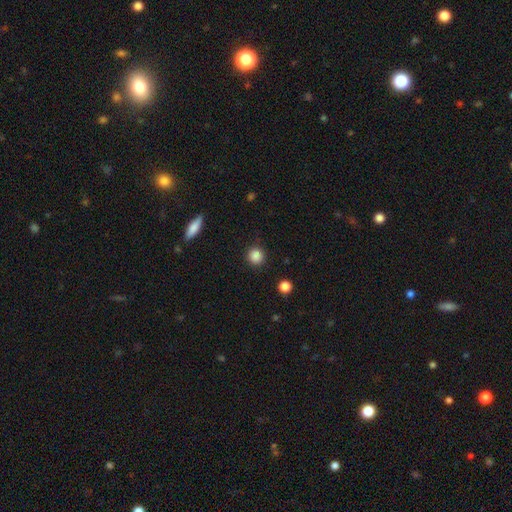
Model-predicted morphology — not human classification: smooth 87%, star or artifact 10%, featured or disk 4%. Down the decision tree: how rounded — round (91%); merging — none (89%).